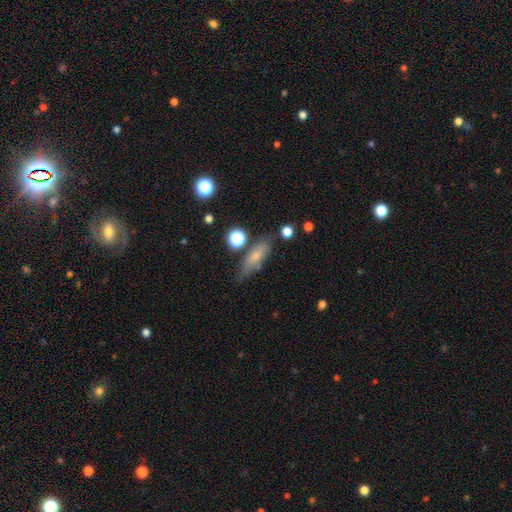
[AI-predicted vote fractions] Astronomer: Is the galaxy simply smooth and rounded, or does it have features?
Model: smooth — 65%.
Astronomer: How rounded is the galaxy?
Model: in between — 49% (runner-up: cigar-shaped, 46%).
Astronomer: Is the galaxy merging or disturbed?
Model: none — 69%.